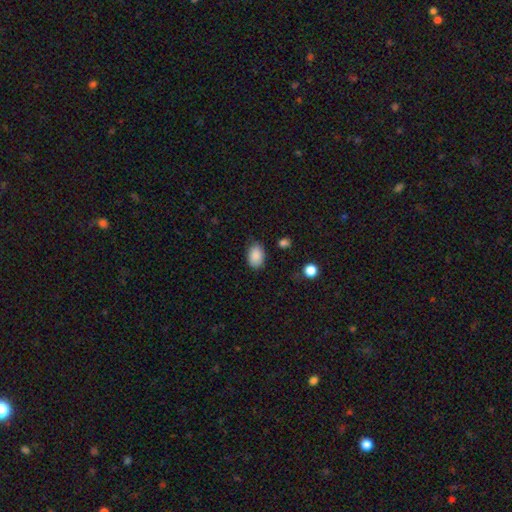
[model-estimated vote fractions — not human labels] Q: Smooth or featured?
A: smooth (88%); runner-up: star or artifact (8%)
Q: How rounded?
A: in between (83%); runner-up: round (16%)
Q: Merging?
A: none (79%); runner-up: minor disturbance (16%)